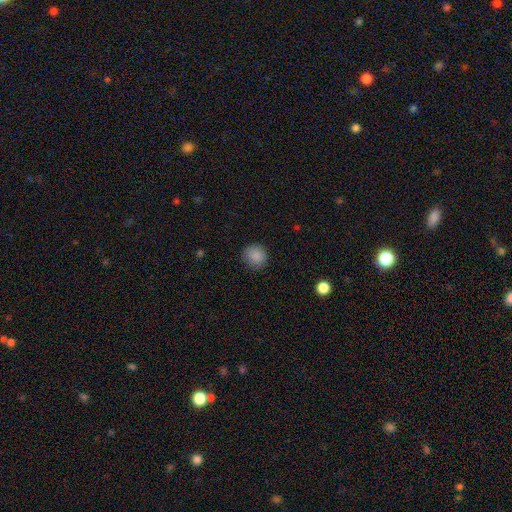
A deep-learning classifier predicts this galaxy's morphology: Overall: smooth (87%). How rounded: round (91%). Merging: none (88%).